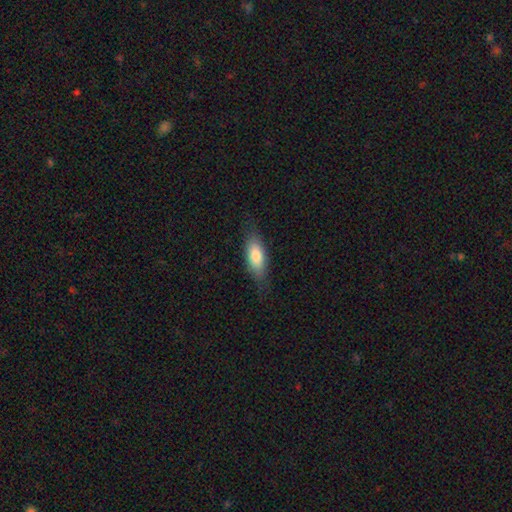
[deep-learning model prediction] Smooth or featured? Predicted: smooth (p=0.77). How rounded? Predicted: in between (p=0.76). Merging? Predicted: none (p=0.76).